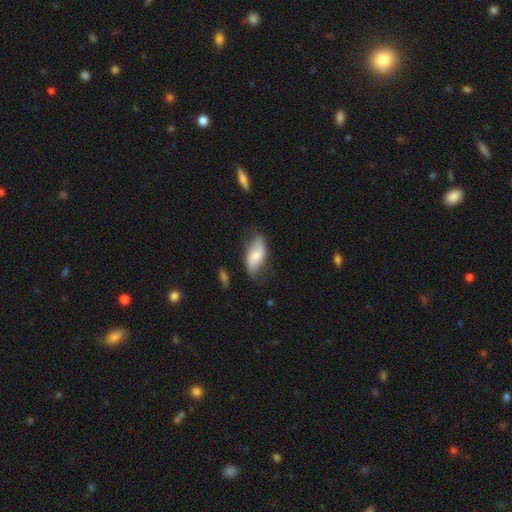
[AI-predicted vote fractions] smooth-or-featured: smooth: 54% | featured or disk: 39% | star or artifact: 6%
  how-rounded: in between: 90% | cigar-shaped: 6% | round: 3%
  merging: none: 65% | minor disturbance: 26% | major disturbance: 7% | merger: 2%